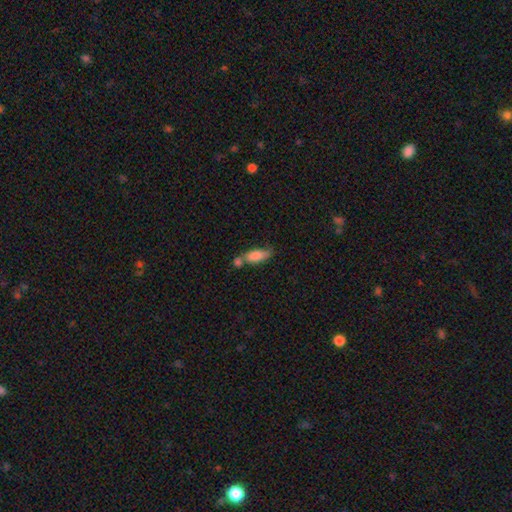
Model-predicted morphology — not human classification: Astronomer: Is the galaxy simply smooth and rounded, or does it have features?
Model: smooth — 81%.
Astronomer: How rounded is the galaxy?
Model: in between — 73%.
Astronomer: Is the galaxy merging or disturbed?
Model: merger — 41% (runner-up: none, 36%).